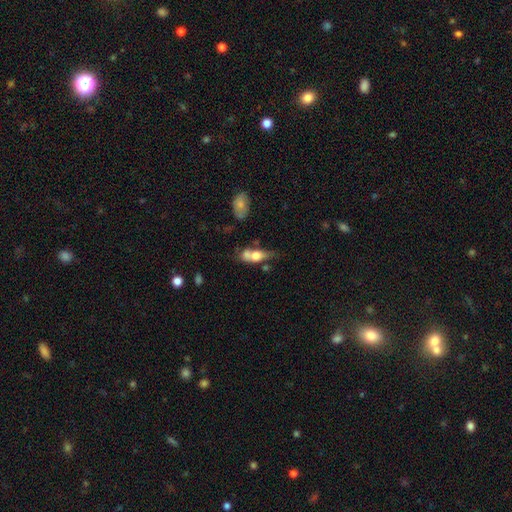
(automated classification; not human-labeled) Smooth or featured?
  - smooth: 62% *
  - featured or disk: 30%
  - star or artifact: 7%
How rounded?
  - in between: 73% *
  - cigar-shaped: 22%
  - round: 6%
Merging?
  - none: 33% *
  - minor disturbance: 27%
  - merger: 24%
  - major disturbance: 15%